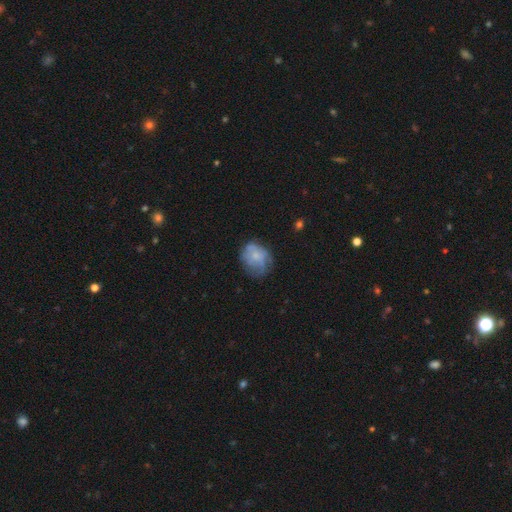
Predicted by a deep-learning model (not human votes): smooth-or-featured: smooth: 54% | featured or disk: 37% | star or artifact: 9%
  how-rounded: round: 58% | in between: 41% | cigar-shaped: 1%
  merging: none: 52% | minor disturbance: 29% | major disturbance: 18% | merger: 2%